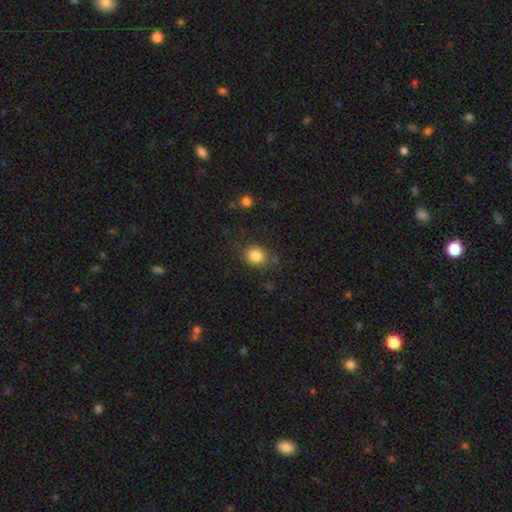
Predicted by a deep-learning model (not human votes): This is clearly a smooth galaxy (84%). How rounded: likely round (76%). Merging: likely none (78%).